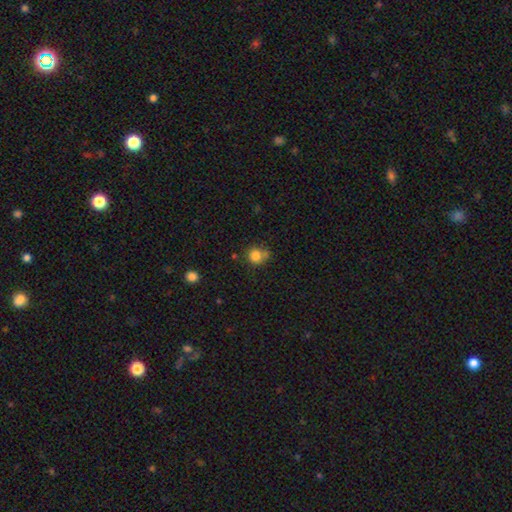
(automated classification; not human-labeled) A smooth galaxy with no disk features (82%) that is round (79%). Merging: none (53%).